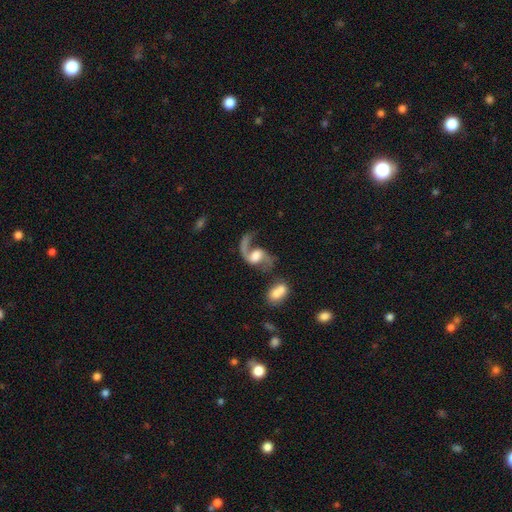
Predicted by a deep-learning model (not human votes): Smooth or featured? featured or disk (86%)
Edge-on disk? no (97%)
Bar? weak (44%)
Spiral arms? yes (95%)
Spiral winding? loose (73%)
Spiral arm count? 2 (76%)
Bulge size? moderate (44%)
Merging? none (45%)